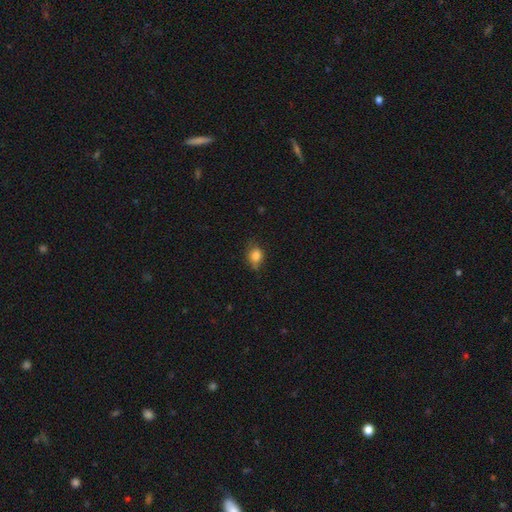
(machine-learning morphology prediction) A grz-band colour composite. It shows a smooth galaxy with no disk features (82%) that is in between round and cigar-shaped (58%). Merging: none (60%).